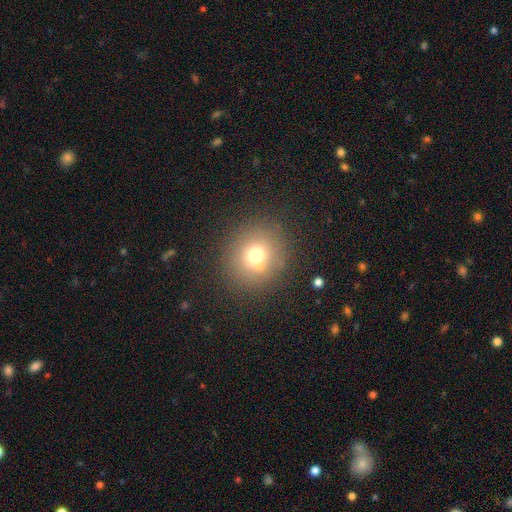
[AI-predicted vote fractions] This appears to be a smooth galaxy with no disk features (70%) that is round (88%). Merging: none (79%).